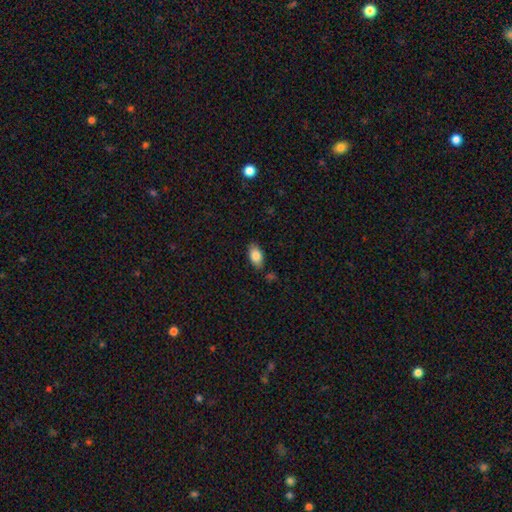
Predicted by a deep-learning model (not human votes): Q: Smooth or featured?
A: smooth (83%); runner-up: featured or disk (10%)
Q: How rounded?
A: in between (92%); runner-up: round (5%)
Q: Merging?
A: none (82%); runner-up: minor disturbance (12%)